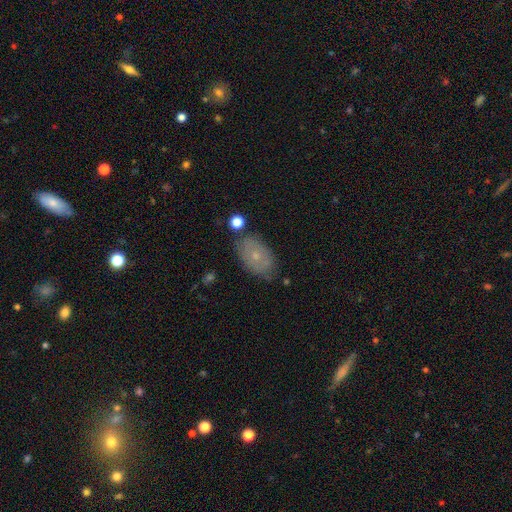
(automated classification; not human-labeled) A smooth galaxy with no disk features (56%) that is in between round and cigar-shaped (87%). Merging: none (74%).